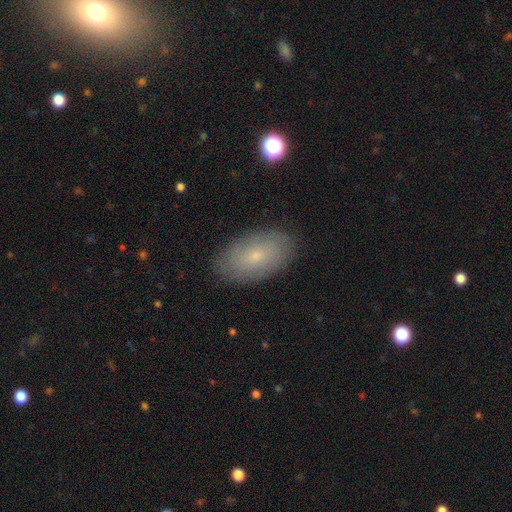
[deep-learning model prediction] Morphology: type=smooth (60%); roundness=in between (93%); merging=none (85%).